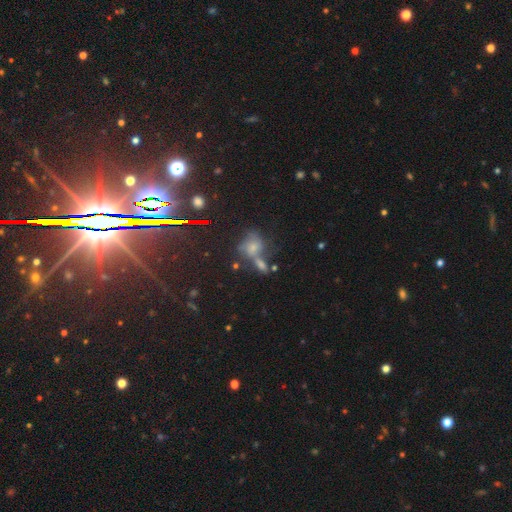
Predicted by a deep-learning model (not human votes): A star or artifact, not a galaxy (49%).